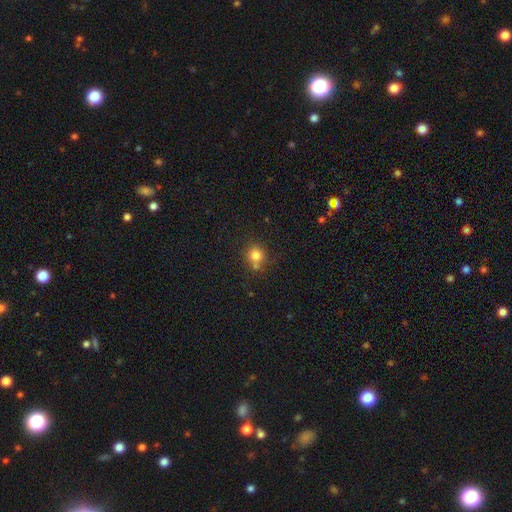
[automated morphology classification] Smooth or featured: smooth — 79% (star or artifact — 13%)
How rounded: round — 89% (in between — 10%)
Merging: none — 65% (merger — 20%)